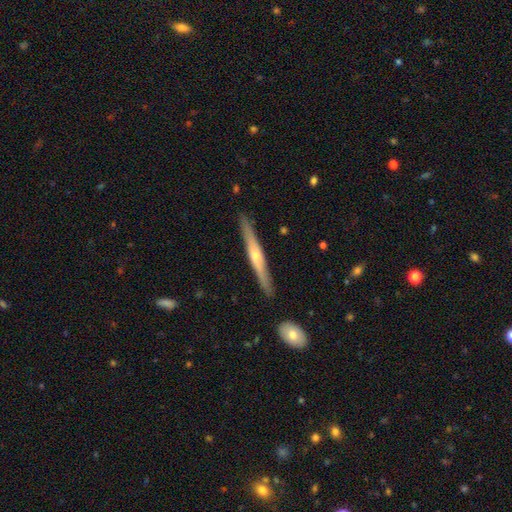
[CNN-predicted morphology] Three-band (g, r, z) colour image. It shows a featured or disk galaxy (72%) viewed edge-on (96%) with a rounded central bulge (79%). Merging: none (90%).